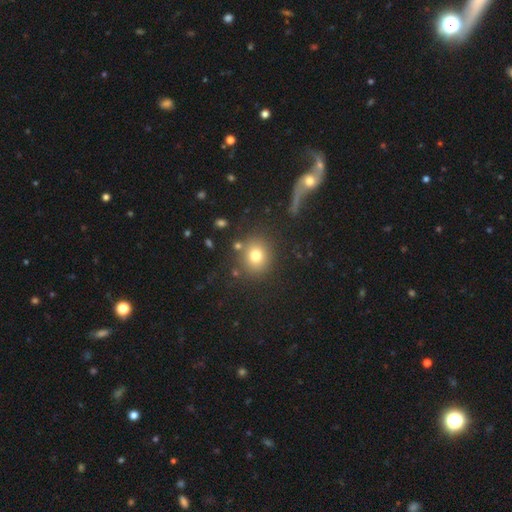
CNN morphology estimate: smooth-or-featured: smooth: 77% | star or artifact: 13% | featured or disk: 10%
  how-rounded: round: 83% | in between: 16% | cigar-shaped: 1%
  merging: none: 82% | minor disturbance: 9% | merger: 5% | major disturbance: 4%